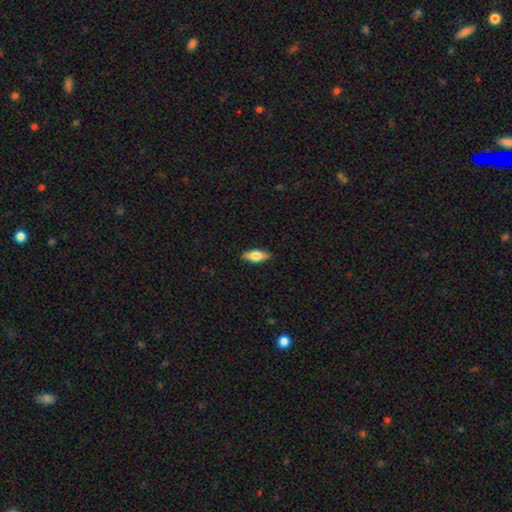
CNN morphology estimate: This appears to be a smooth galaxy with no disk features (69%) that is in between round and cigar-shaped (70%). Merging: none (88%).